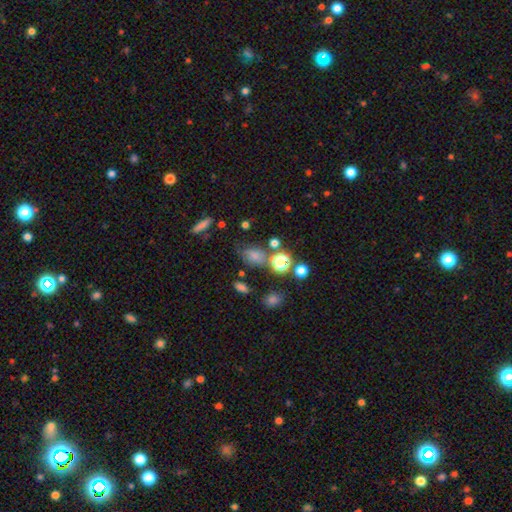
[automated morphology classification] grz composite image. It shows a smooth galaxy with no disk features (53%) that is in between round and cigar-shaped (49%). Merging: none (67%).